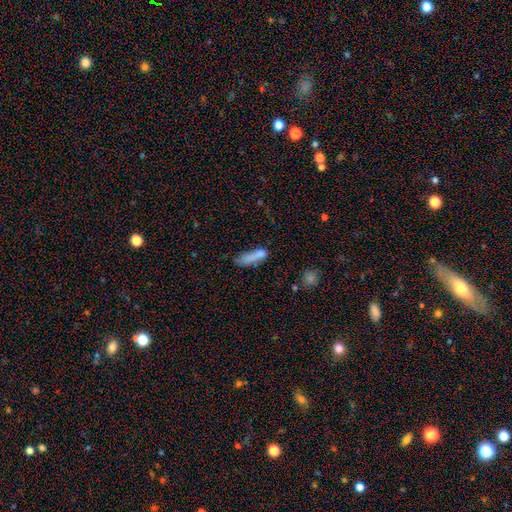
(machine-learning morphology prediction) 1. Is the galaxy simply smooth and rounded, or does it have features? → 73% smooth, 16% featured or disk, 11% star or artifact.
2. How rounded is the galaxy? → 51% cigar-shaped, 46% in between, 3% round.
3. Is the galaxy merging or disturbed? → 35% none, 26% minor disturbance, 22% major disturbance, 18% merger.